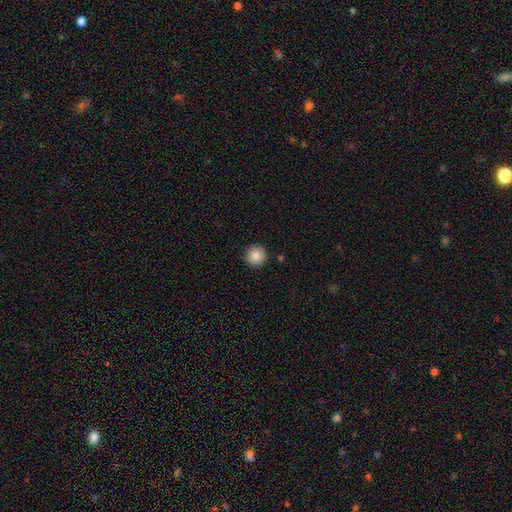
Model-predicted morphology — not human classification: smooth-or-featured: smooth: 86% | star or artifact: 9% | featured or disk: 5%
  how-rounded: round: 95% | in between: 4% | cigar-shaped: 1%
  merging: none: 92% | minor disturbance: 5% | major disturbance: 2% | merger: 1%